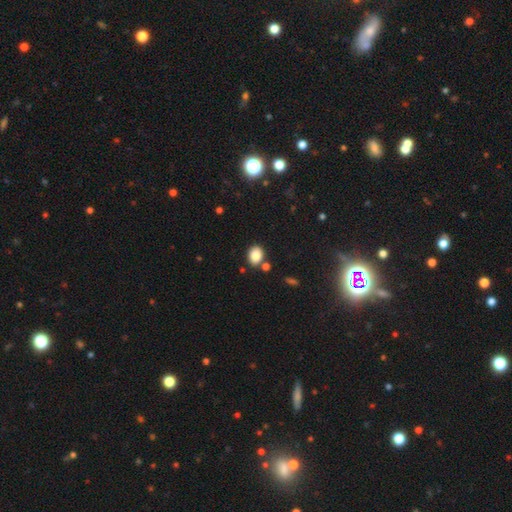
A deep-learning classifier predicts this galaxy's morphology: This appears to be a smooth galaxy with no disk features (85%) that is in between round and cigar-shaped (57%). Merging: none (77%).